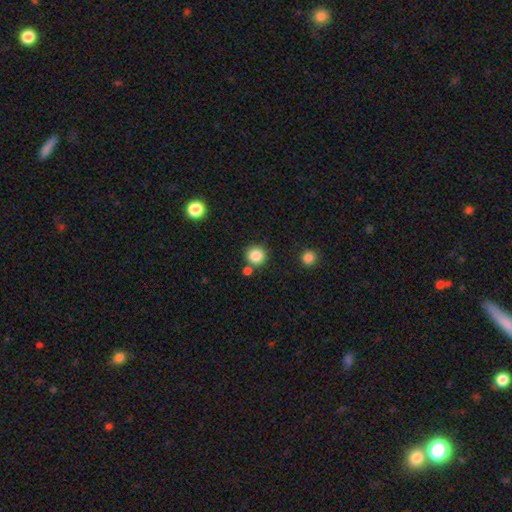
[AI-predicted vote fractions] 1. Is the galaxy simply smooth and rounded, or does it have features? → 85% smooth, 11% star or artifact, 4% featured or disk.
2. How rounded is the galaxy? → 92% round, 7% in between, 1% cigar-shaped.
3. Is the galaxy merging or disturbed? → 76% none, 12% merger, 9% minor disturbance, 3% major disturbance.